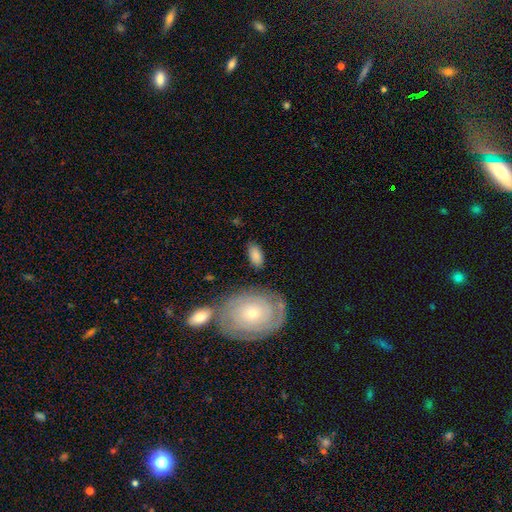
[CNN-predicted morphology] Smooth or featured: smooth — 71% (featured or disk — 22%)
How rounded: in between — 92% (round — 5%)
Merging: none — 78% (minor disturbance — 13%)